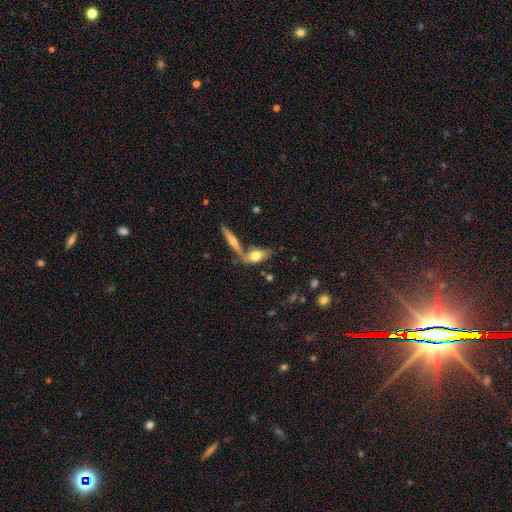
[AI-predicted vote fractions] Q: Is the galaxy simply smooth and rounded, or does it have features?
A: smooth — 60%.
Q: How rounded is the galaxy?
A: in between — 71%.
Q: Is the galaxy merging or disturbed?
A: none — 50%.